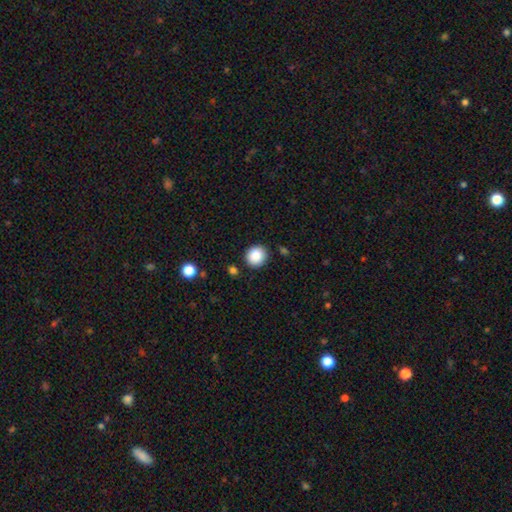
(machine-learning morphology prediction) This is clearly a smooth galaxy (88%). How rounded: clearly round (89%). Merging: clearly none (88%).